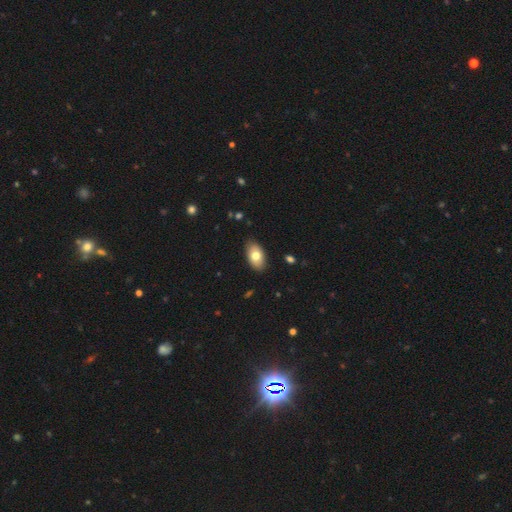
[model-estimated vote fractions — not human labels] Smooth or featured? smooth (76%)
How rounded? in between (93%)
Merging? none (87%)